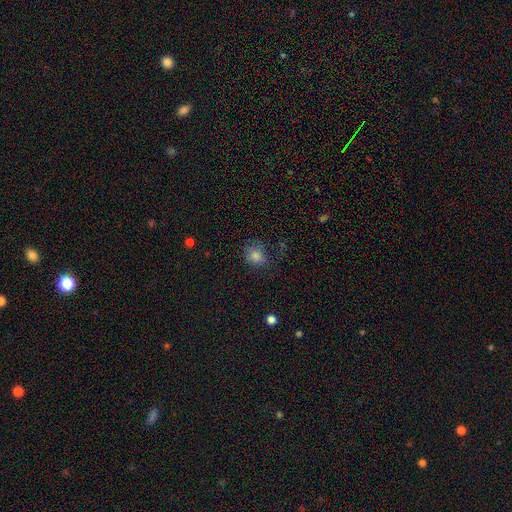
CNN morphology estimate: Smooth or featured: smooth — 78% (star or artifact — 15%)
How rounded: round — 67% (in between — 32%)
Merging: none — 61% (minor disturbance — 23%)